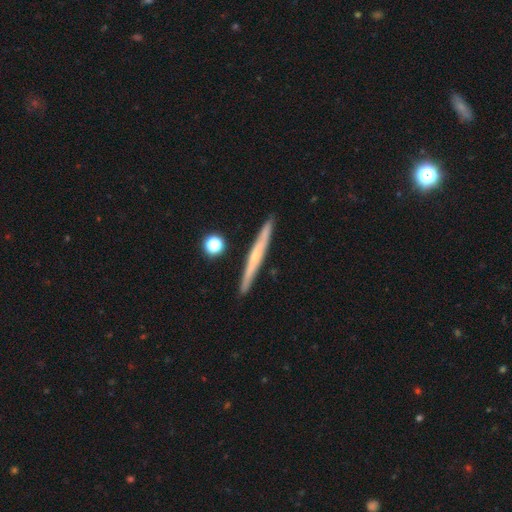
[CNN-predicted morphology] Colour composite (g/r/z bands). It shows a featured or disk galaxy (62%) viewed edge-on (97%) with no central bulge (50%). Merging: none (90%).